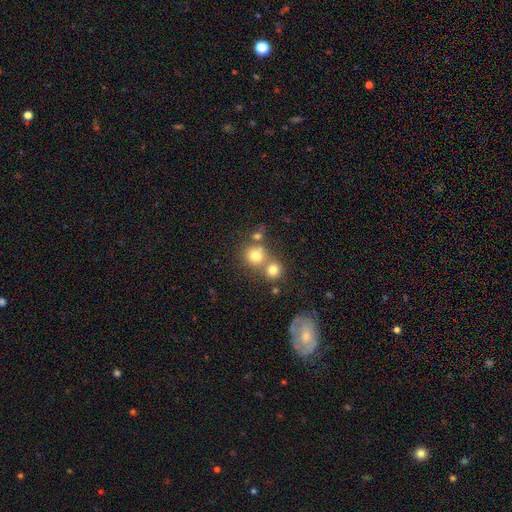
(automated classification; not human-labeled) A smooth galaxy with no disk features (75%) that is round (85%). Merging: none (50%).